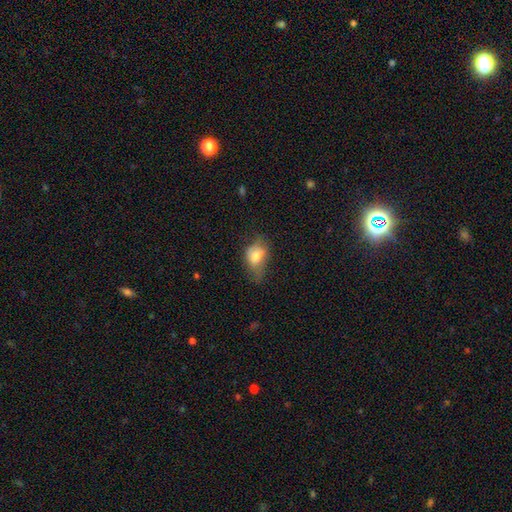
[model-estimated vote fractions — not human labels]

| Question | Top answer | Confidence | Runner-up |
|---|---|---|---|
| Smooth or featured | smooth | 73% | featured or disk (18%) |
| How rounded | in between | 78% | round (20%) |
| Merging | minor disturbance | 39% | none (32%) |